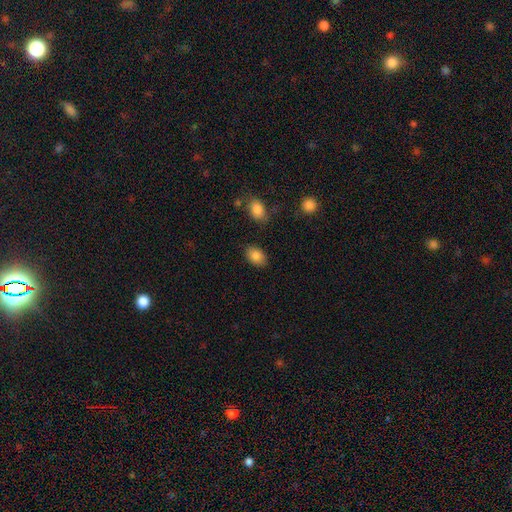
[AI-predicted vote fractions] Smooth or featured: smooth — 85% (star or artifact — 8%)
How rounded: in between — 82% (round — 17%)
Merging: none — 84% (minor disturbance — 11%)